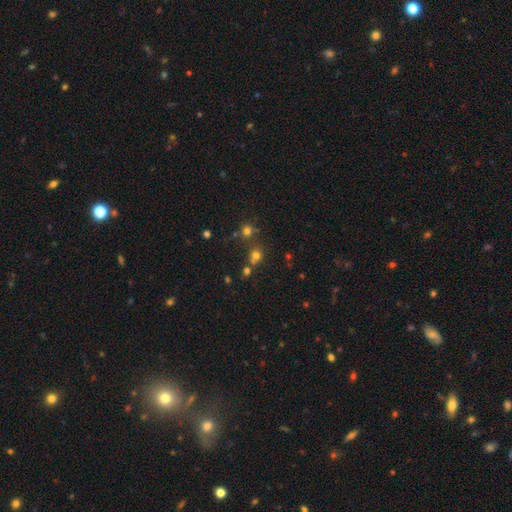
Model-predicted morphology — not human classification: smooth 63%, star or artifact 27%, featured or disk 10%. Down the decision tree: how rounded — round (86%); merging — none (59%).